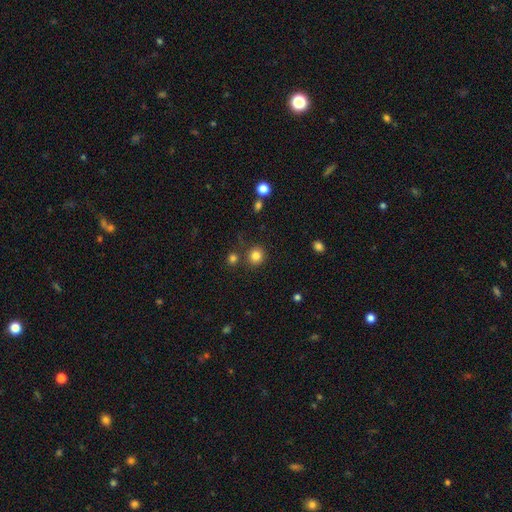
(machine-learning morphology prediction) Overall: smooth (83%). How rounded: round (89%). Merging: none (82%).